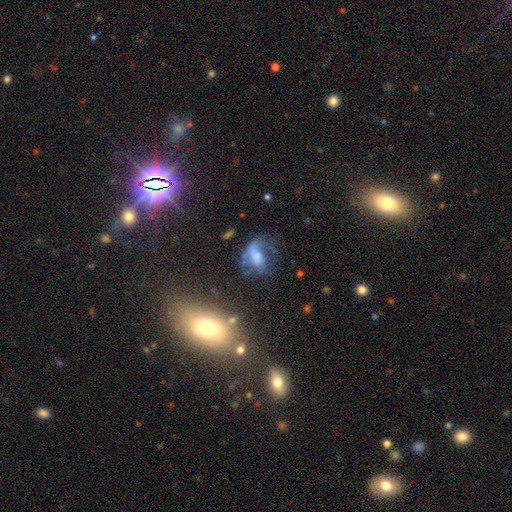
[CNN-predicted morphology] This appears to be a featured or disk galaxy (44%). Merging: major disturbance (44%).